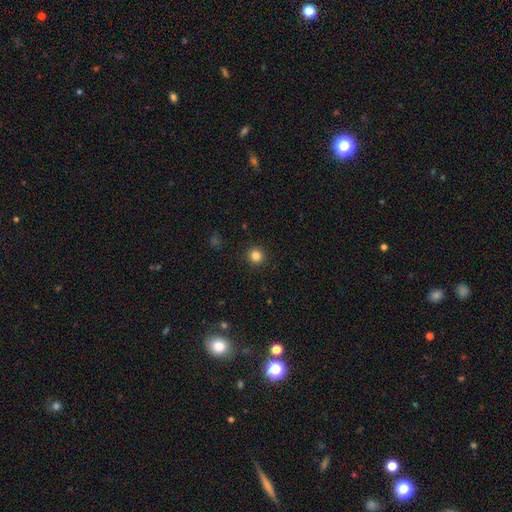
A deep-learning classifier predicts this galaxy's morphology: Smooth or featured? Predicted: smooth (p=0.83). How rounded? Predicted: round (p=0.94). Merging? Predicted: none (p=0.92).